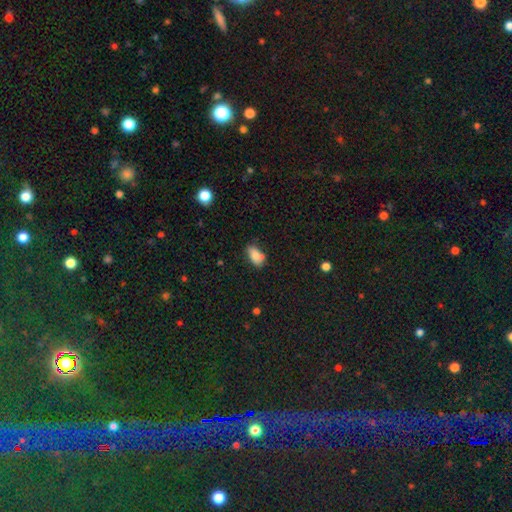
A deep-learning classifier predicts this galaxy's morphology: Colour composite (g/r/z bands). It shows a smooth galaxy with no disk features (79%) that is in between round and cigar-shaped (89%). Merging: none (58%).